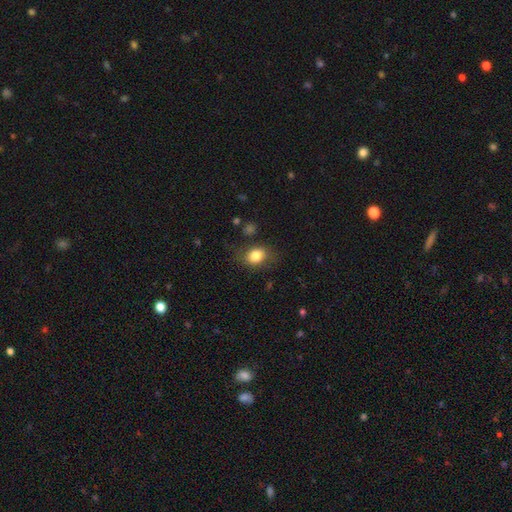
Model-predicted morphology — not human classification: A smooth galaxy with no disk features (82%) that is in between round and cigar-shaped (61%). Merging: none (74%).